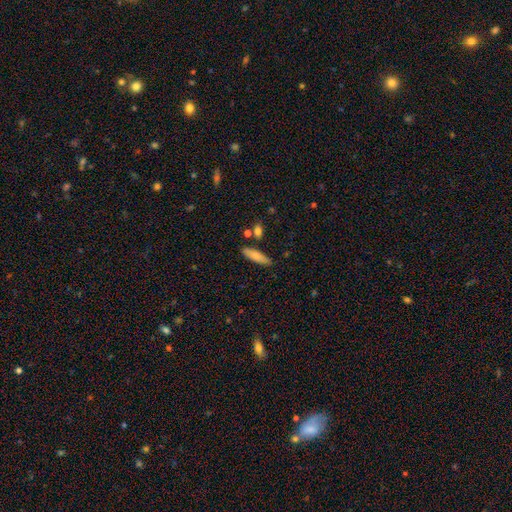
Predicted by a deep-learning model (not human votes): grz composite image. It shows a smooth galaxy with no disk features (76%) that is cigar-shaped (67%). Merging: none (79%).